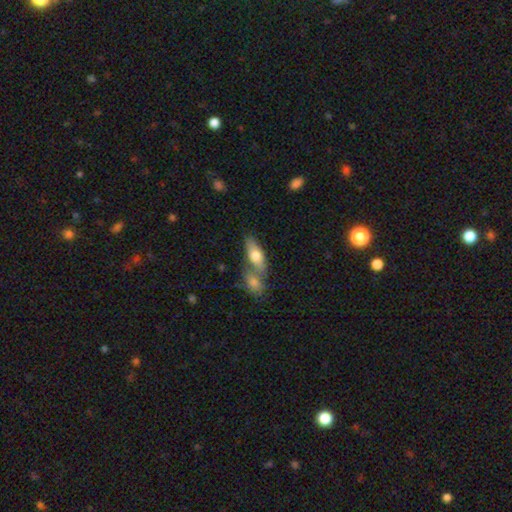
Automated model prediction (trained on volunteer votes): Q: Smooth or featured?
A: smooth (70%); runner-up: featured or disk (24%)
Q: How rounded?
A: in between (75%); runner-up: cigar-shaped (21%)
Q: Merging?
A: merger (50%); runner-up: none (37%)